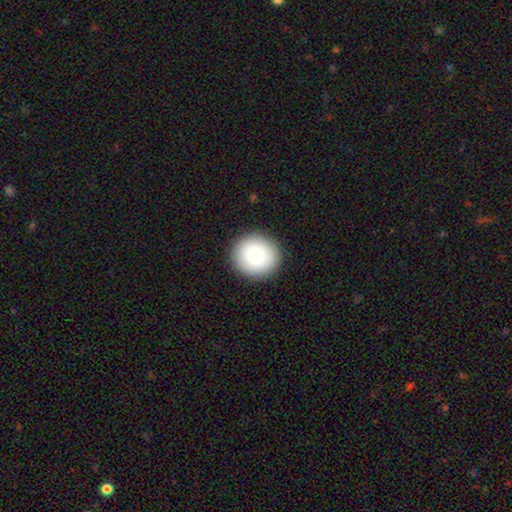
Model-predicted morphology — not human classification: Smooth or featured?
  - smooth: 80% *
  - featured or disk: 11%
  - star or artifact: 8%
How rounded?
  - round: 92% *
  - in between: 7%
  - cigar-shaped: 1%
Merging?
  - none: 91% *
  - minor disturbance: 6%
  - major disturbance: 2%
  - merger: 1%